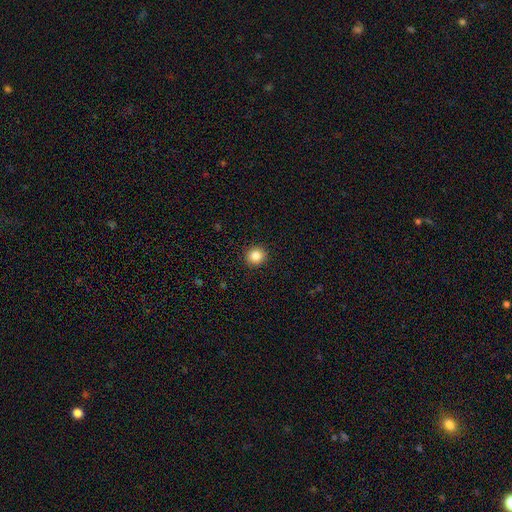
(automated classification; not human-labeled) A smooth galaxy with no disk features (85%) that is round (90%).

Vote fractions:
- Smooth or featured? smooth: 85% / star or artifact: 10% / featured or disk: 5%
- How rounded? round: 90% / in between: 9% / cigar-shaped: 1%
- Merging? none: 92% / minor disturbance: 5% / major disturbance: 2% / merger: 1%